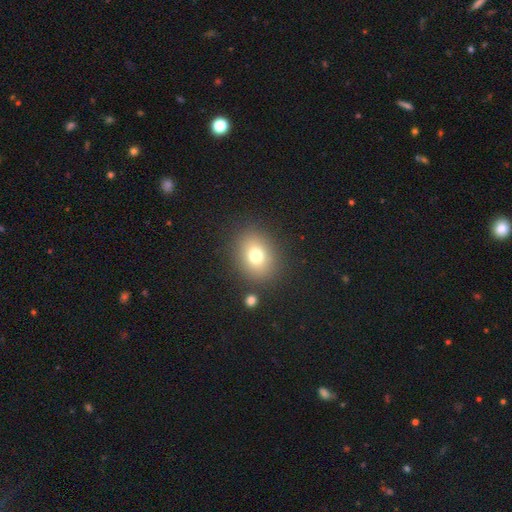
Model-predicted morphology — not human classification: This is likely a smooth galaxy (74%). How rounded: possibly round (54%). Merging: clearly none (84%).